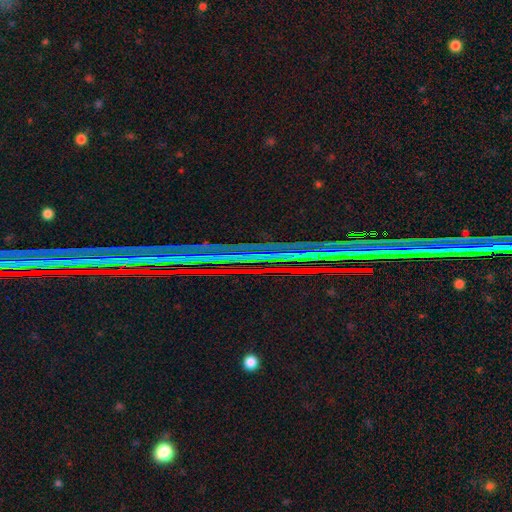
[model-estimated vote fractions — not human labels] smooth-or-featured: star or artifact: 87% | featured or disk: 8% | smooth: 6%